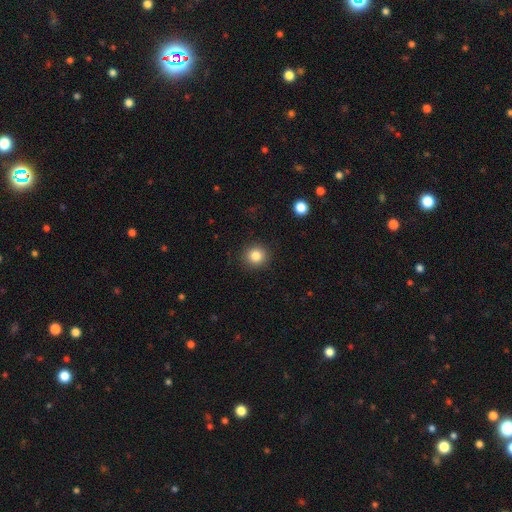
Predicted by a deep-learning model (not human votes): Morphology: type=smooth (84%); roundness=round (90%); merging=none (91%).